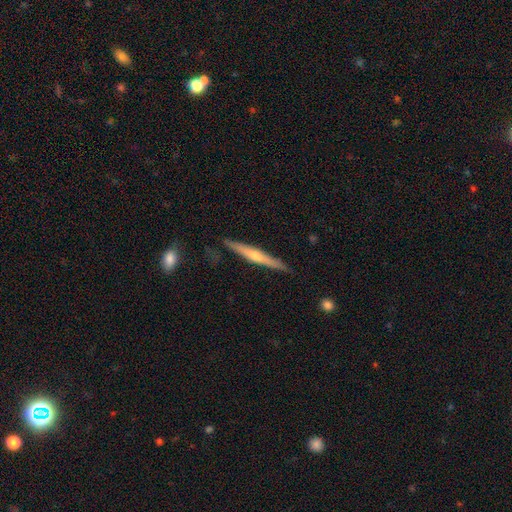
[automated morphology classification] A featured or disk galaxy (72%) viewed edge-on (97%) with a rounded central bulge (82%). Merging: none (89%).